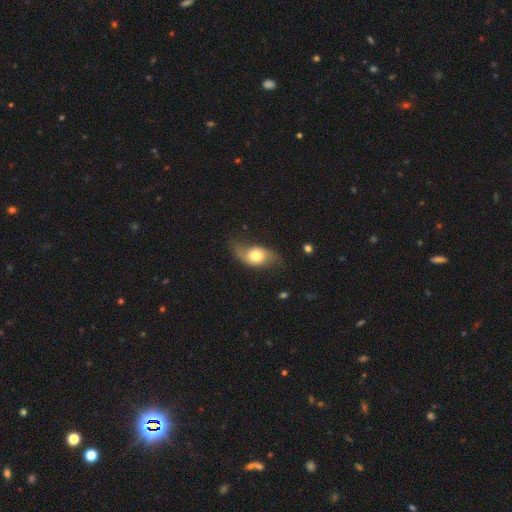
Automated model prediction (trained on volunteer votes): Smooth or featured? featured or disk (47%)
Merging? none (54%)